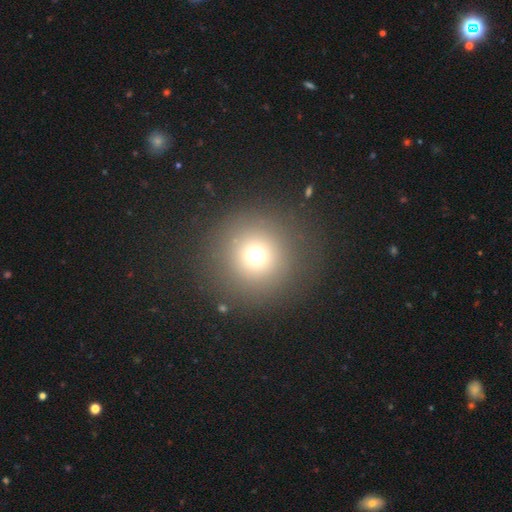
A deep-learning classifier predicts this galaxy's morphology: smooth-or-featured: smooth: 69% | star or artifact: 21% | featured or disk: 10%
  how-rounded: round: 96% | in between: 3% | cigar-shaped: 1%
  merging: none: 87% | minor disturbance: 6% | major disturbance: 5% | merger: 2%